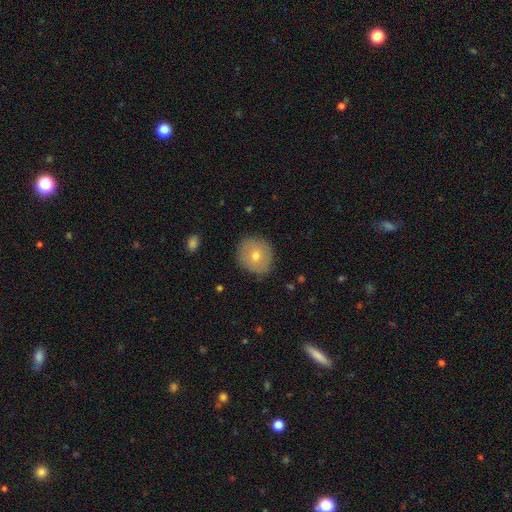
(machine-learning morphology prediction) Smooth or featured?
  - smooth: 64% *
  - featured or disk: 27%
  - star or artifact: 9%
How rounded?
  - round: 83% *
  - in between: 16%
  - cigar-shaped: 1%
Merging?
  - none: 85% *
  - minor disturbance: 11%
  - major disturbance: 3%
  - merger: 1%